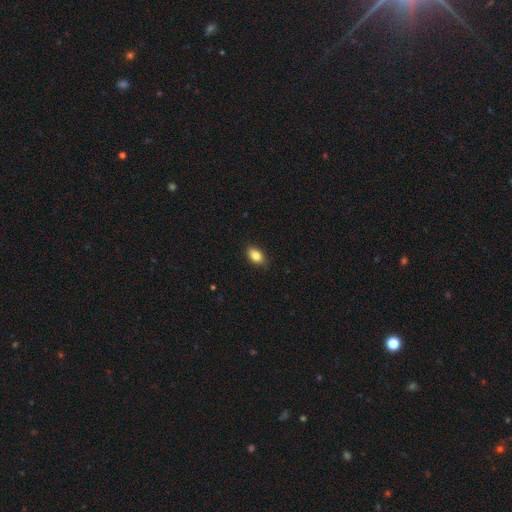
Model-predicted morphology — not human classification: smooth_or_featured: smooth (p=0.84) [alt: featured or disk p=0.08]
how_rounded: in between (p=0.88) [alt: round p=0.10]
merging: none (p=0.87) [alt: minor disturbance p=0.10]